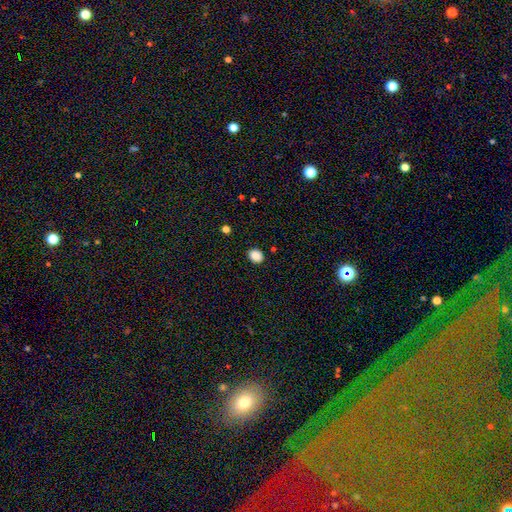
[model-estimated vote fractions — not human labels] smooth_or_featured: smooth (p=0.88) [alt: star or artifact p=0.09]
how_rounded: round (p=0.51) [alt: in between p=0.48]
merging: none (p=0.89) [alt: minor disturbance p=0.07]